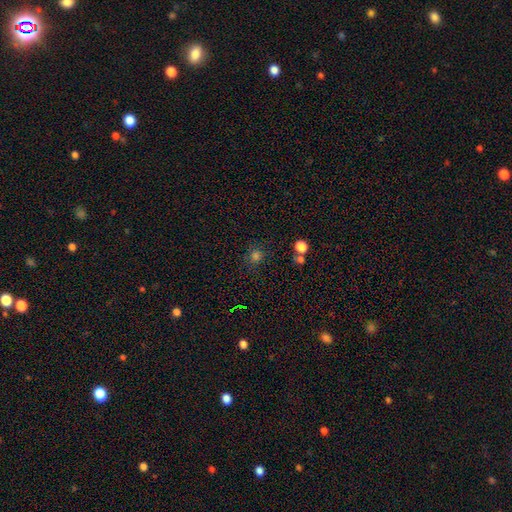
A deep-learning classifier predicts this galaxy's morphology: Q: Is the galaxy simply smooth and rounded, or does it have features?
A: smooth — 70%.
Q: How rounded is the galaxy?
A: round — 87%.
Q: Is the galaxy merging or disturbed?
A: none — 84%.